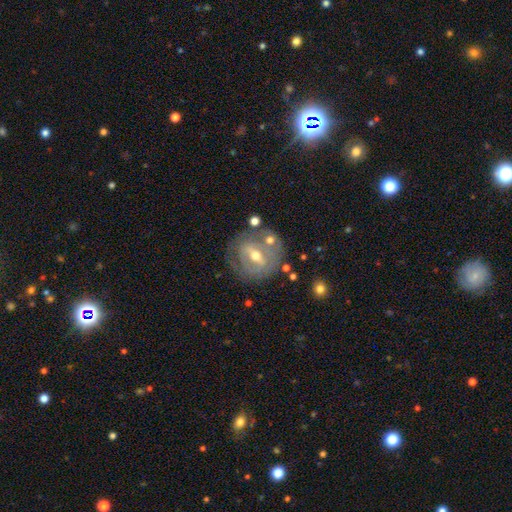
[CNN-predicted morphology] Smooth or featured: featured or disk — 72% (smooth — 21%)
Edge-on disk: no — 92% (yes — 8%)
Bar: strong — 40% (tied with weak — 40%)
Spiral arms: no — 52% (yes — 48%)
Bulge size: moderate — 67% (small — 28%)
Merging: none — 67% (minor disturbance — 18%)